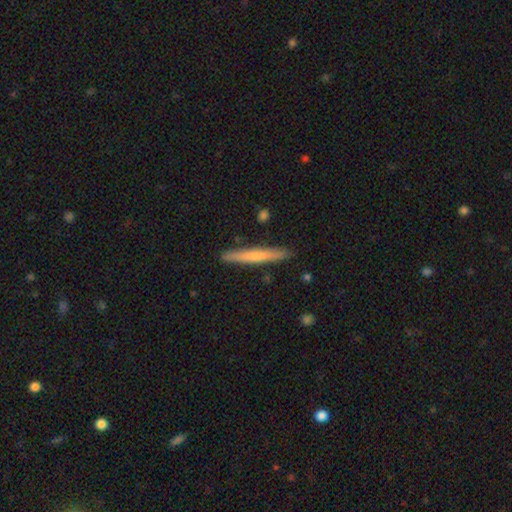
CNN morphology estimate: smooth_or_featured: smooth (p=0.59) [alt: featured or disk p=0.36]
how_rounded: cigar-shaped (p=0.96) [alt: in between p=0.03]
merging: none (p=0.91) [alt: minor disturbance p=0.07]